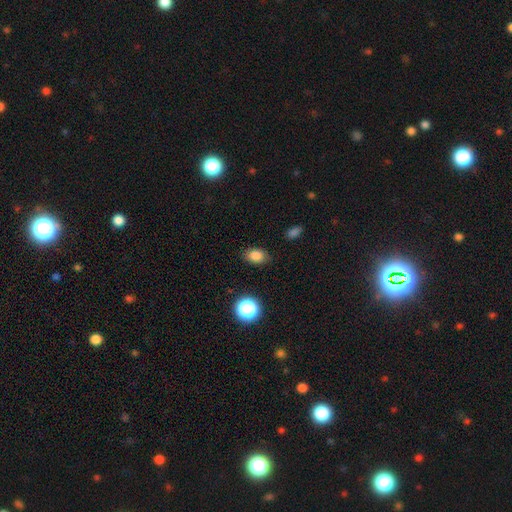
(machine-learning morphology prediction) This appears to be a smooth galaxy with no disk features (83%) that is in between round and cigar-shaped (77%). Merging: none (84%).